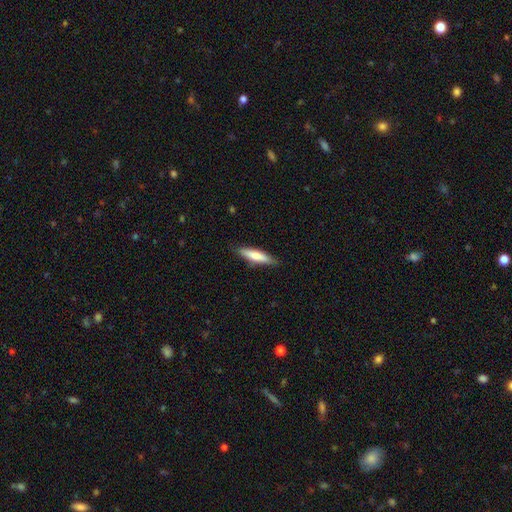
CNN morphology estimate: A smooth galaxy with no disk features (71%) that is cigar-shaped (77%). Merging: none (84%).